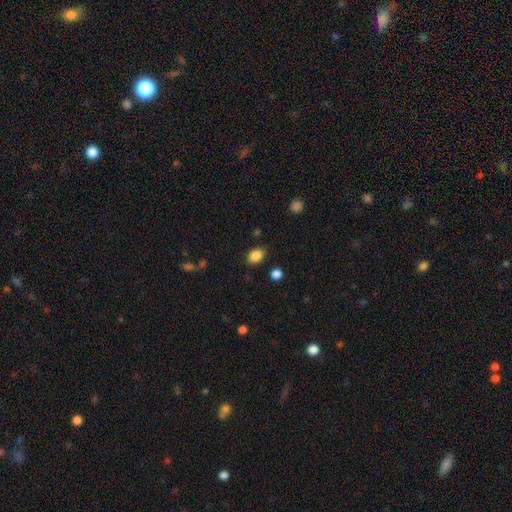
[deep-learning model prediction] smooth 87%, star or artifact 9%, featured or disk 4%. Down the decision tree: how rounded — in between (77%); merging — none (85%).